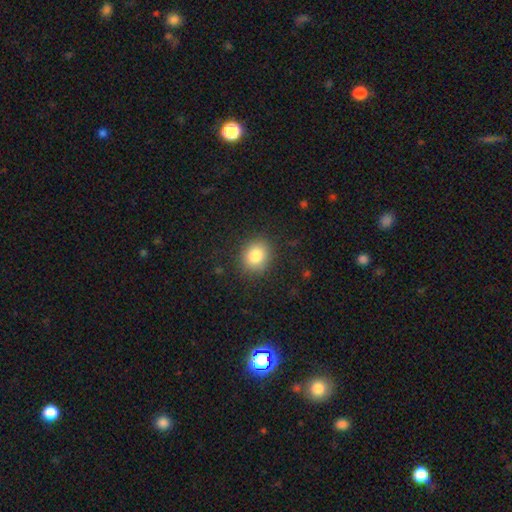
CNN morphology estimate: A smooth galaxy with no disk features (83%) that is round (70%). Merging: none (87%).